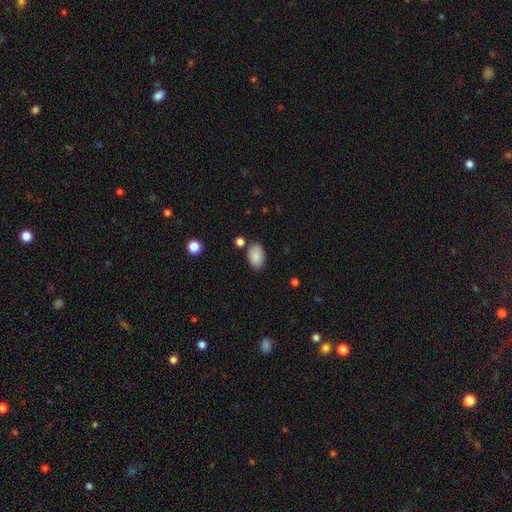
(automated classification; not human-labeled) This is clearly a smooth galaxy (88%). How rounded: clearly in between (91%). Merging: likely none (80%).